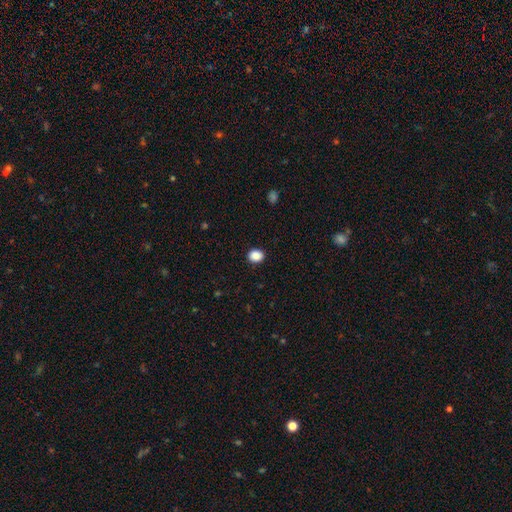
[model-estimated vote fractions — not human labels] Smooth or featured: smooth — 89% (star or artifact — 9%)
How rounded: round — 63% (in between — 36%)
Merging: none — 90% (minor disturbance — 7%)